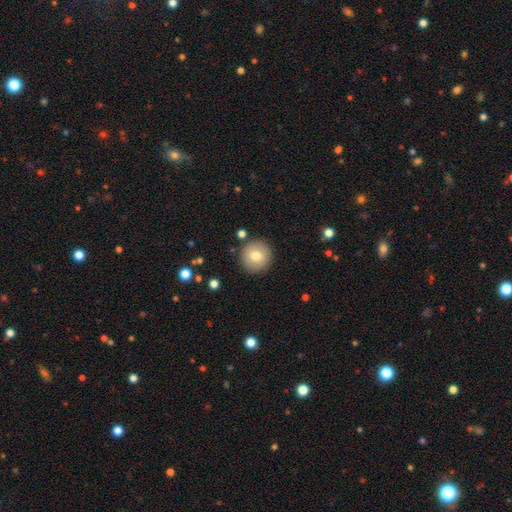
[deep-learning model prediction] Smooth or featured? Predicted: smooth (p=0.76). How rounded? Predicted: round (p=0.95). Merging? Predicted: none (p=0.89).